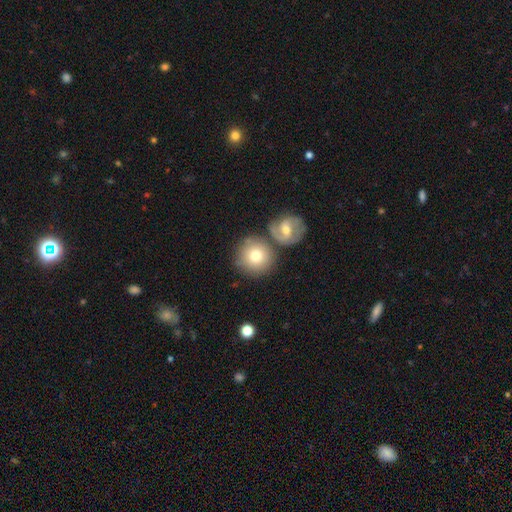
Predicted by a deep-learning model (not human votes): Smooth or featured?
  - smooth: 70% *
  - featured or disk: 23%
  - star or artifact: 7%
How rounded?
  - round: 92% *
  - in between: 7%
  - cigar-shaped: 1%
Merging?
  - none: 65% *
  - merger: 20%
  - minor disturbance: 11%
  - major disturbance: 4%